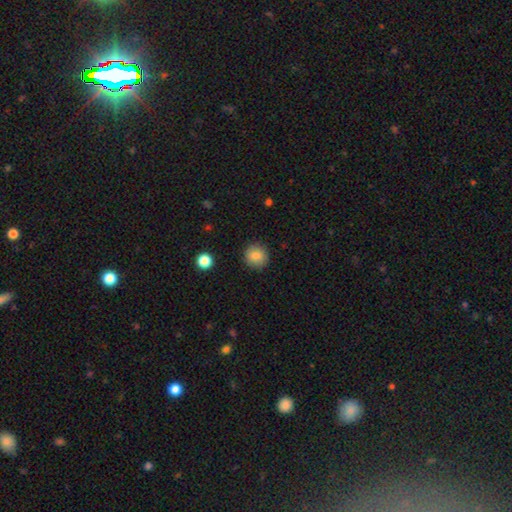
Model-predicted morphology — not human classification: Smooth or featured: smooth — 86% (star or artifact — 9%)
How rounded: round — 92% (in between — 7%)
Merging: none — 90% (minor disturbance — 7%)